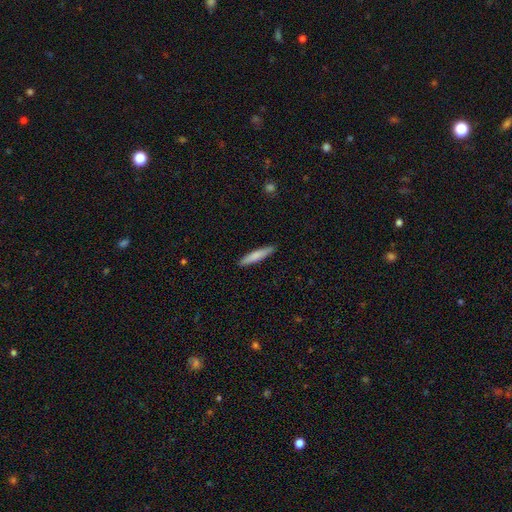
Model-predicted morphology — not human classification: A smooth galaxy with no disk features (77%) that is cigar-shaped (91%). Merging: none (90%).